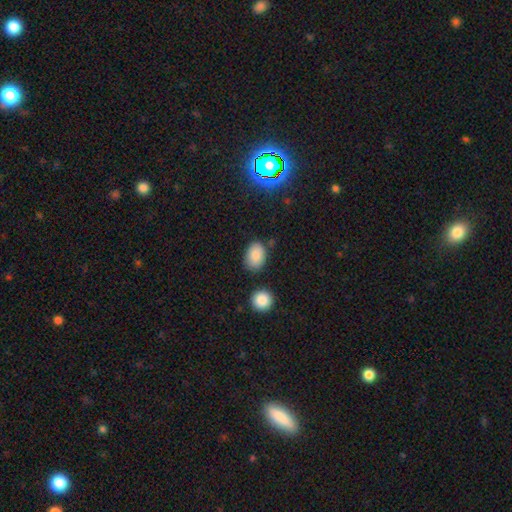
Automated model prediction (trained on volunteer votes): A smooth galaxy with no disk features (86%) that is in between round and cigar-shaped (82%).

Vote fractions:
- Smooth or featured? smooth: 86% / star or artifact: 9% / featured or disk: 6%
- How rounded? in between: 82% / round: 17% / cigar-shaped: 1%
- Merging? none: 75% / minor disturbance: 16% / merger: 5% / major disturbance: 4%